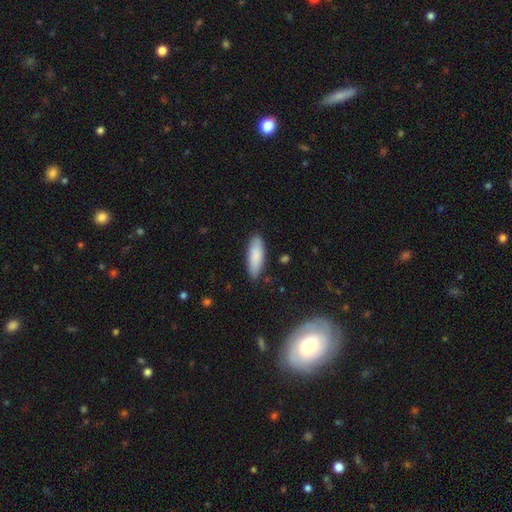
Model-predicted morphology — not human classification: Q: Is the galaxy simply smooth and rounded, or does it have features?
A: smooth — 86%.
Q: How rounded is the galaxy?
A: in between — 60%.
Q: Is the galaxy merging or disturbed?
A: none — 85%.